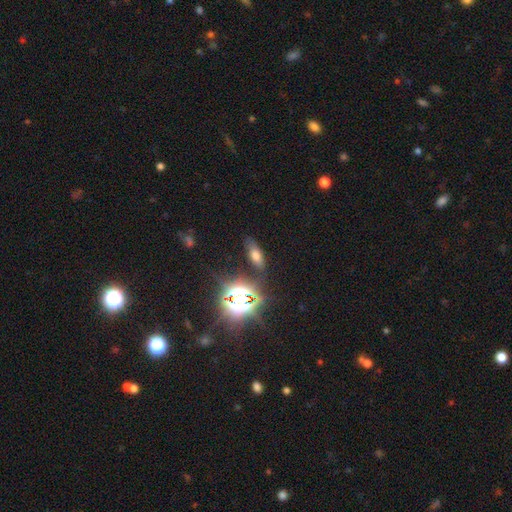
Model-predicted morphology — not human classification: Smooth or featured? smooth (55%)
How rounded? in between (71%)
Merging? none (77%)